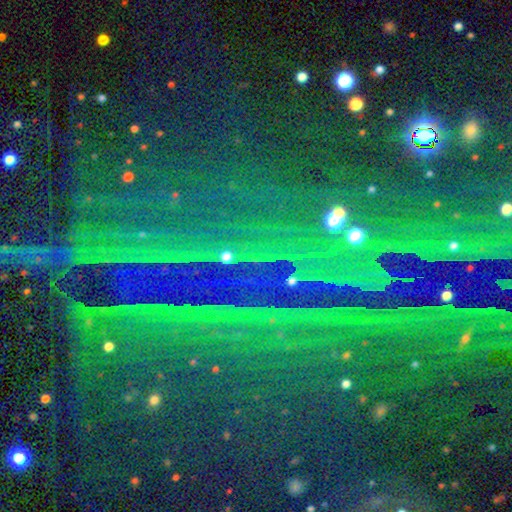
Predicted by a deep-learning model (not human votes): This appears to be a star or artifact, not a galaxy (86%).